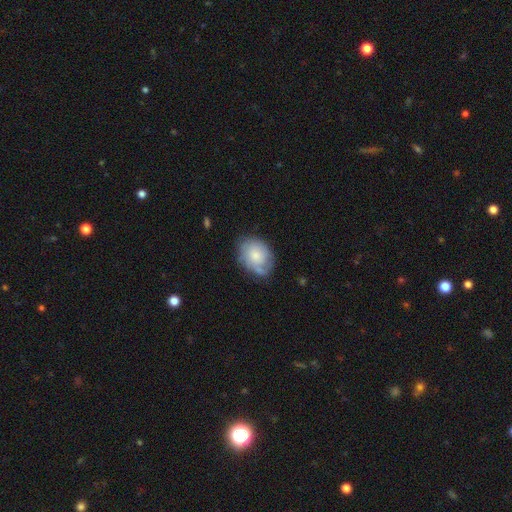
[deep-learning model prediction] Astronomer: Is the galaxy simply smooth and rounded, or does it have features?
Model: smooth — 54% (runner-up: featured or disk, 39%).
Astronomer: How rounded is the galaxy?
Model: in between — 65%.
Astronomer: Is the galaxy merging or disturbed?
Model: none — 61%.